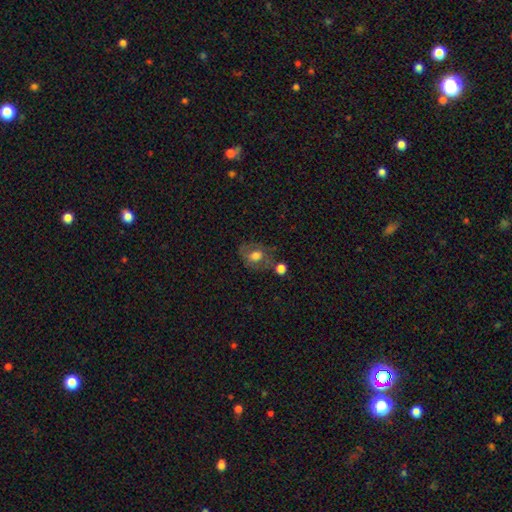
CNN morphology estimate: This is possibly a smooth galaxy (57%). How rounded: possibly in between (50%). Merging: possibly none (54%).